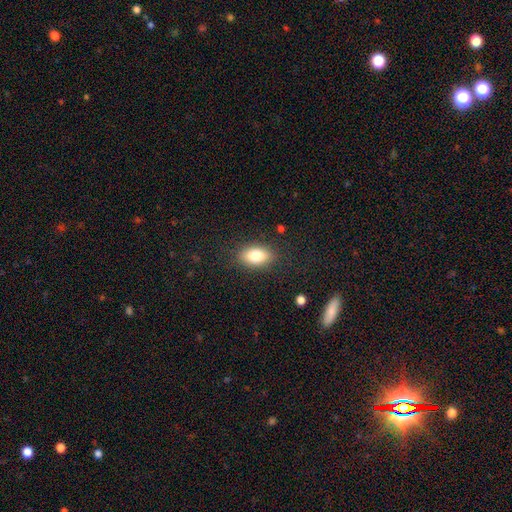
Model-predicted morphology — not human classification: Overall: smooth (81%). How rounded: in between (89%). Merging: none (86%).